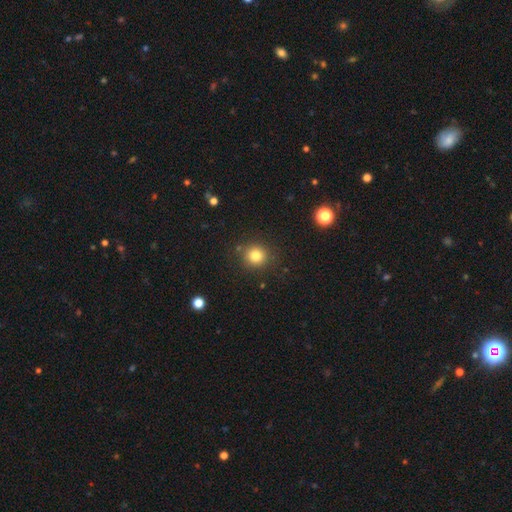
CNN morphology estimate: smooth-or-featured: smooth: 81% | star or artifact: 13% | featured or disk: 6%
  how-rounded: round: 91% | in between: 8% | cigar-shaped: 1%
  merging: none: 87% | minor disturbance: 8% | major disturbance: 3% | merger: 3%